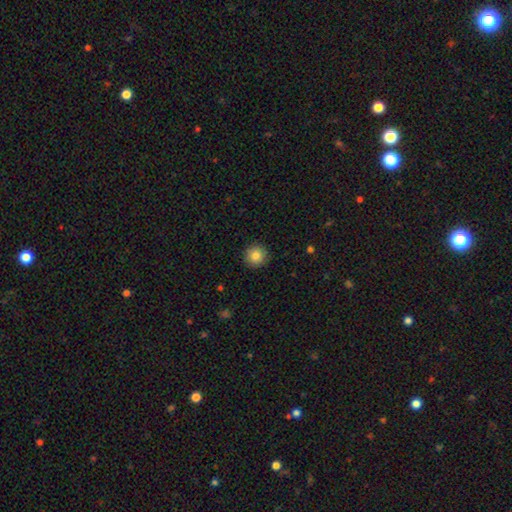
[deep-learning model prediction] A smooth galaxy with no disk features (84%) that is round (95%). Merging: none (92%).